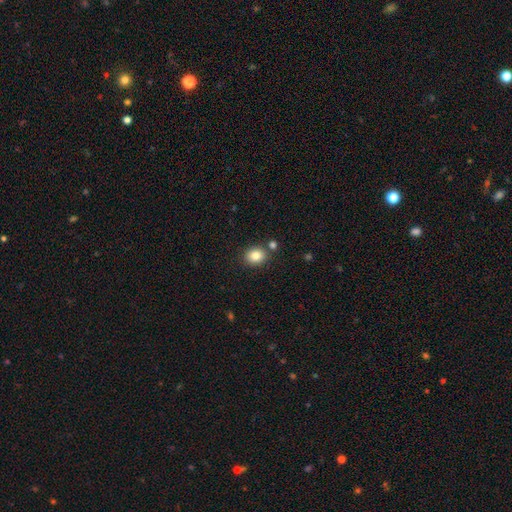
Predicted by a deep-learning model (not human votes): A smooth galaxy with no disk features (84%) that is round (55%). Merging: none (80%).